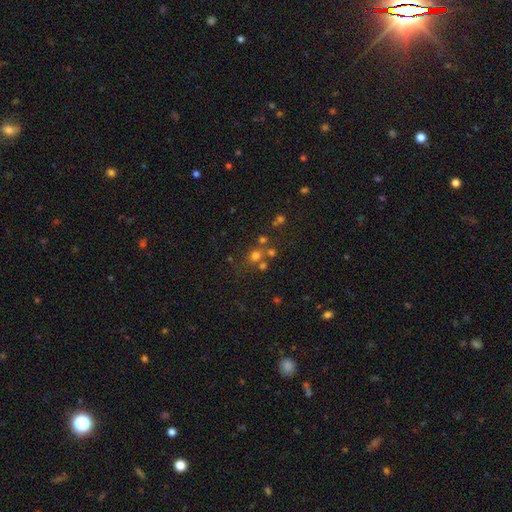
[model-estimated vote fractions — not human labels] This is likely a smooth galaxy (63%). How rounded: likely round (78%). Merging: likely none (61%).